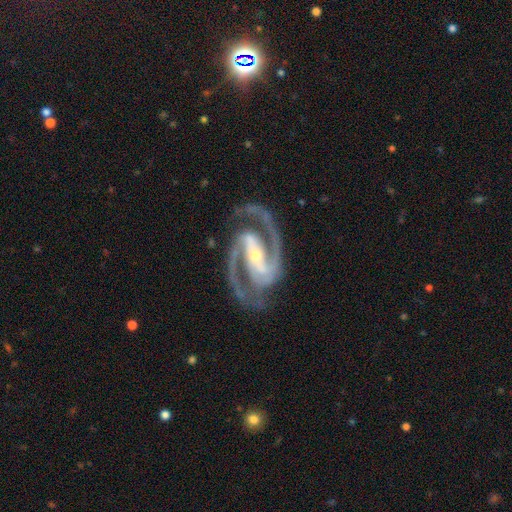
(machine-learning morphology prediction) This is clearly a featured or disk galaxy (95%). It is clearly not viewed edge-on (98%). Bar: likely strong (68%). Spiral arm pattern: clearly yes (99%). Spiral arm count: clearly 2 (94%). Spiral winding: likely medium (63%). Central bulge: possibly small (53%). Merging: clearly none (81%).